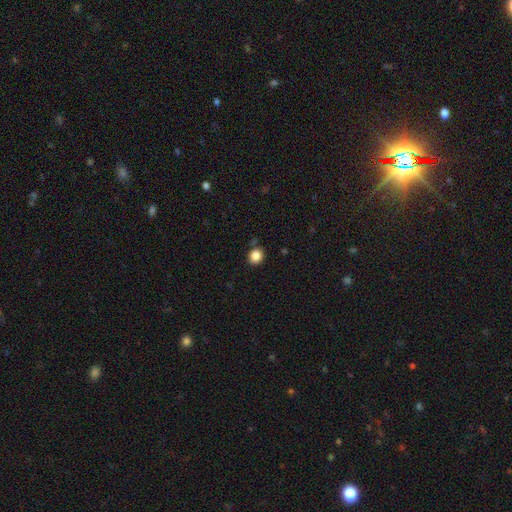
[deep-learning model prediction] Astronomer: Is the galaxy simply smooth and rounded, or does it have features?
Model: smooth — 86%.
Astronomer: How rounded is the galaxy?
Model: round — 79%.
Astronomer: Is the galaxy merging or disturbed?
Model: none — 84%.